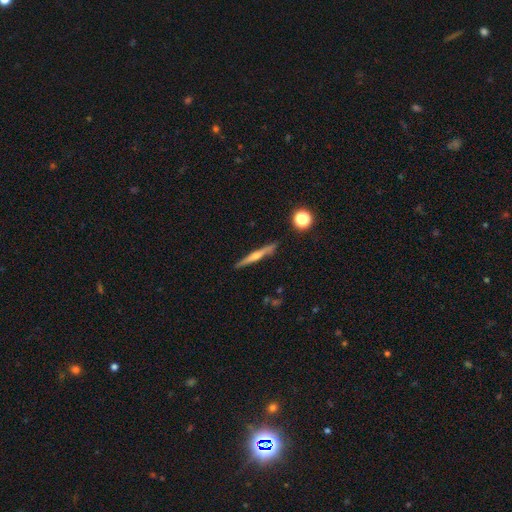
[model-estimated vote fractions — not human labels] Overall: featured or disk (68%). Edge-on disk: yes (98%). Edge-on bulge: rounded (82%). Merging: none (89%).